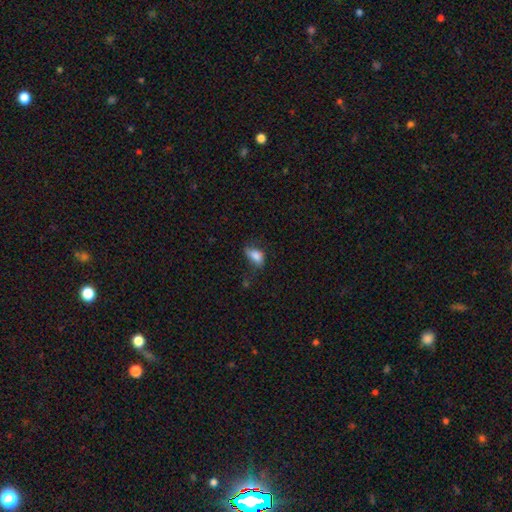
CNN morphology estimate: A smooth galaxy with no disk features (80%) that is in between round and cigar-shaped (89%).

Vote fractions:
- Smooth or featured? smooth: 80% / featured or disk: 11% / star or artifact: 9%
- How rounded? in between: 89% / round: 8% / cigar-shaped: 4%
- Merging? none: 42% / minor disturbance: 36% / major disturbance: 19% / merger: 3%